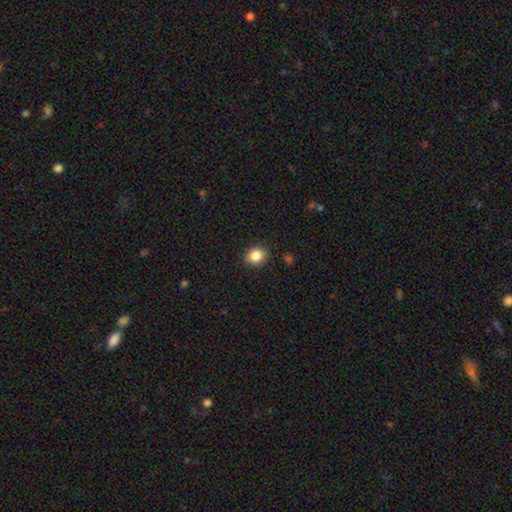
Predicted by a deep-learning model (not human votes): Smooth or featured? smooth (86%)
How rounded? round (71%)
Merging? none (89%)